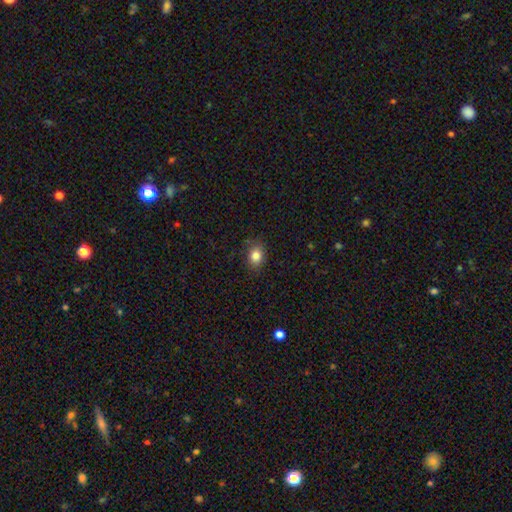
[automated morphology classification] Smooth or featured: smooth — 84% (star or artifact — 10%)
How rounded: in between — 56% (round — 43%)
Merging: none — 82% (minor disturbance — 14%)